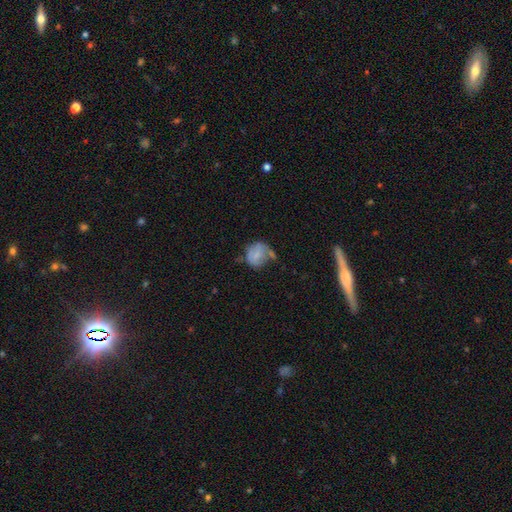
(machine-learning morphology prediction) Smooth or featured? smooth (62%)
How rounded? round (65%)
Merging? none (37%)